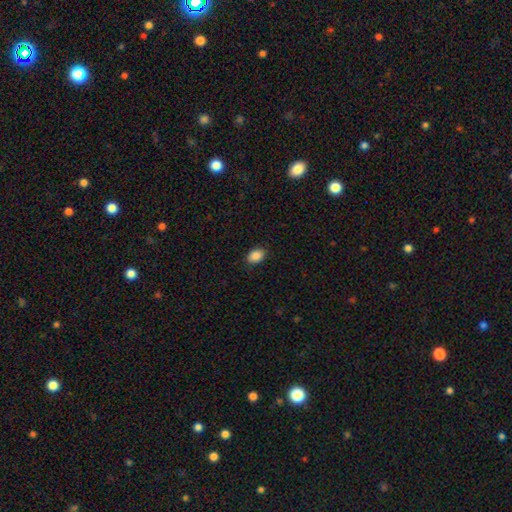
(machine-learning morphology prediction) Smooth or featured? smooth (88%)
How rounded? in between (81%)
Merging? none (87%)